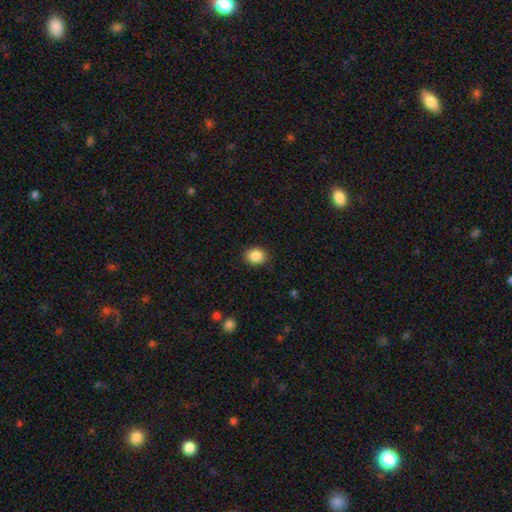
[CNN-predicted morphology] A smooth galaxy with no disk features (88%) that is round (57%).

Vote fractions:
- Smooth or featured? smooth: 88% / star or artifact: 9% / featured or disk: 4%
- How rounded? round: 57% / in between: 42% / cigar-shaped: 1%
- Merging? none: 87% / minor disturbance: 10% / major disturbance: 2% / merger: 1%